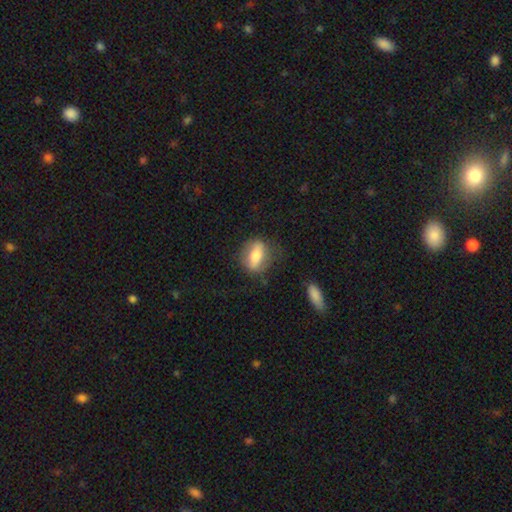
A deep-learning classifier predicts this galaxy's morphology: Overall: smooth (63%; featured or disk 30%). How rounded: in between (74%). Merging: none (71%).